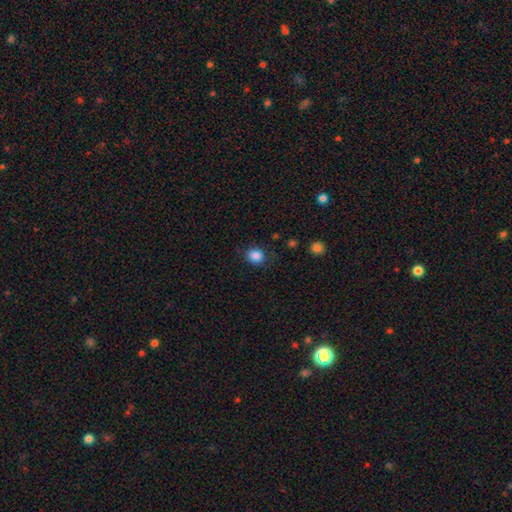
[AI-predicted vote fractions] smooth 86%, star or artifact 10%, featured or disk 4%. Down the decision tree: how rounded — round (62%); merging — none (81%).